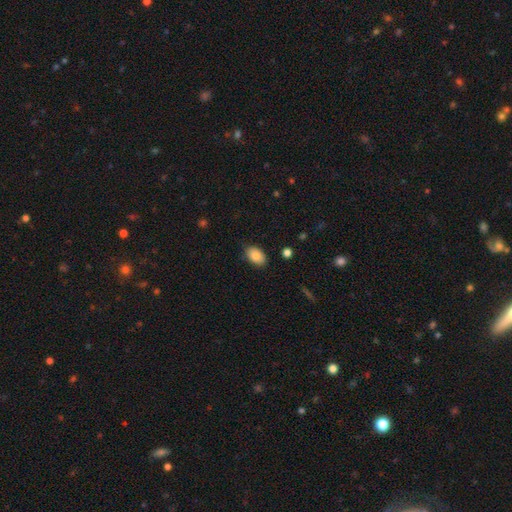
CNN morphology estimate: Overall: smooth (88%). How rounded: in between (89%). Merging: none (83%).